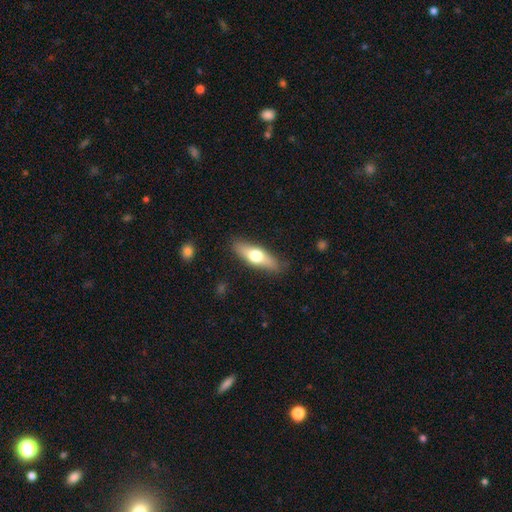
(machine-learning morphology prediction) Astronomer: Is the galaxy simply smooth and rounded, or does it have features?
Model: smooth — 52% (runner-up: featured or disk, 43%).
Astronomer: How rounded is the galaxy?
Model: cigar-shaped — 52% (runner-up: in between, 45%).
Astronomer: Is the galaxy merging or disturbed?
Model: none — 86%.